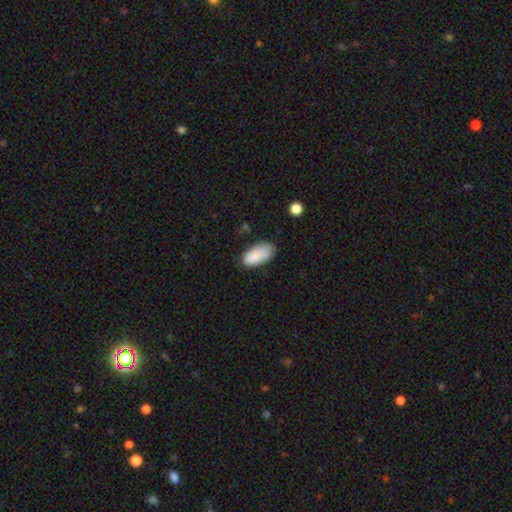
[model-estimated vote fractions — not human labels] Smooth or featured? smooth (86%)
How rounded? in between (93%)
Merging? none (68%)